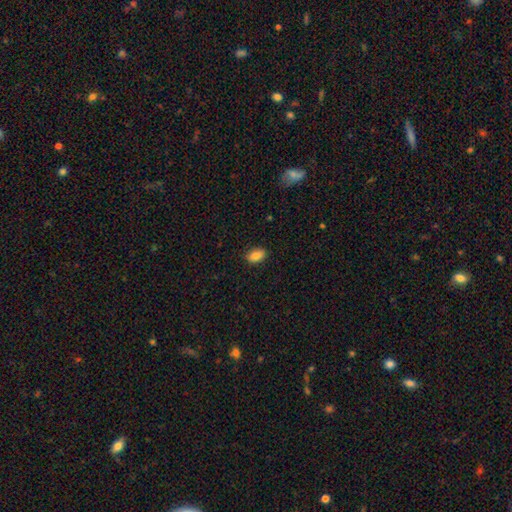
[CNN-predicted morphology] This is clearly a smooth galaxy (85%). How rounded: clearly in between (88%). Merging: clearly none (87%).